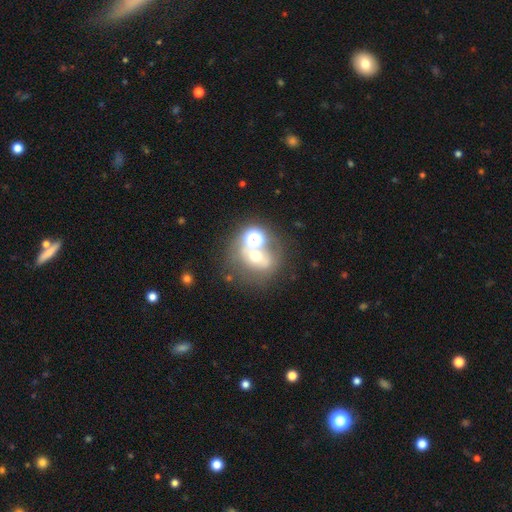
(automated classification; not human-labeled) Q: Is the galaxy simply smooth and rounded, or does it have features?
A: smooth — 45%.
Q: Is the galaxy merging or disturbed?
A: none — 46%.